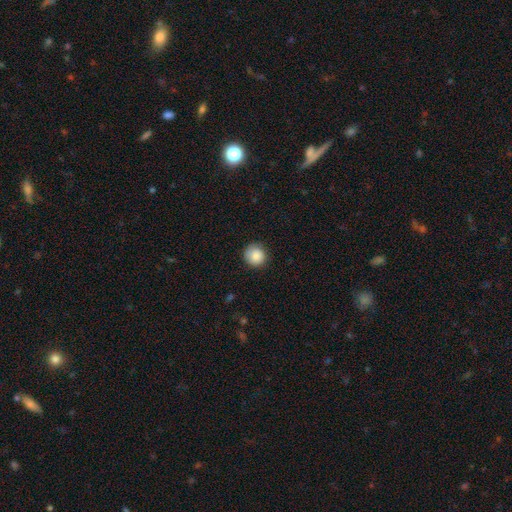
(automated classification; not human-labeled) smooth 87%, star or artifact 8%, featured or disk 5%. Down the decision tree: how rounded — round (93%); merging — none (84%).